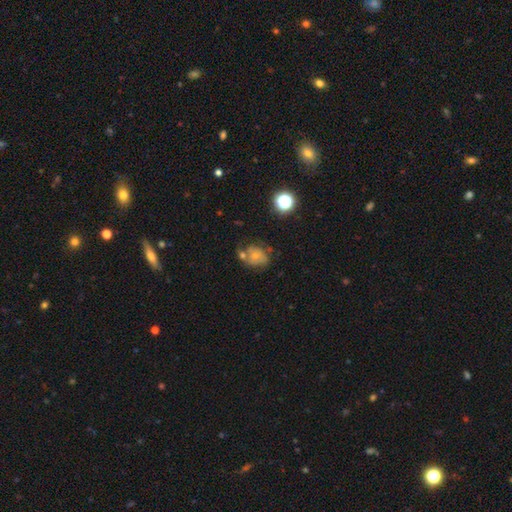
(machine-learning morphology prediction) This appears to be a smooth galaxy with no disk features (53%) that is round (51%). Merging: none (40%).